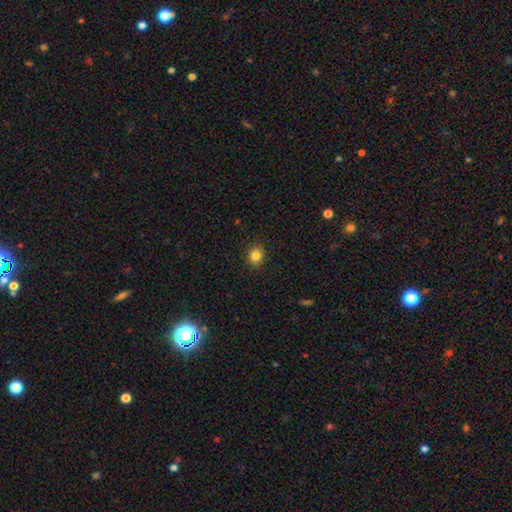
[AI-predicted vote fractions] Smooth or featured?
  - smooth: 84% *
  - star or artifact: 11%
  - featured or disk: 6%
How rounded?
  - round: 63% *
  - in between: 36%
  - cigar-shaped: 1%
Merging?
  - none: 90% *
  - minor disturbance: 7%
  - major disturbance: 2%
  - merger: 1%